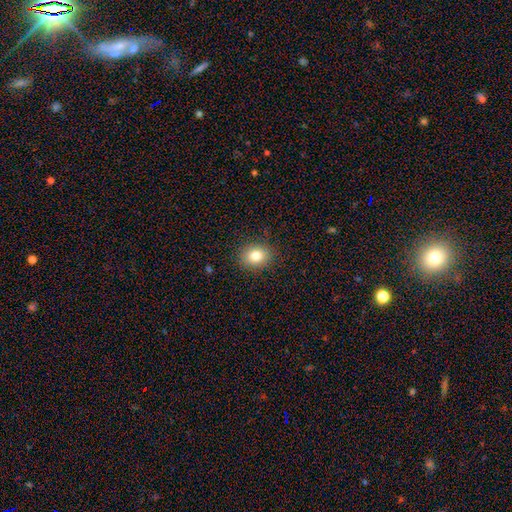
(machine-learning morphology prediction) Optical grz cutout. It shows a smooth galaxy with no disk features (80%) that is round (56%). Merging: none (89%).